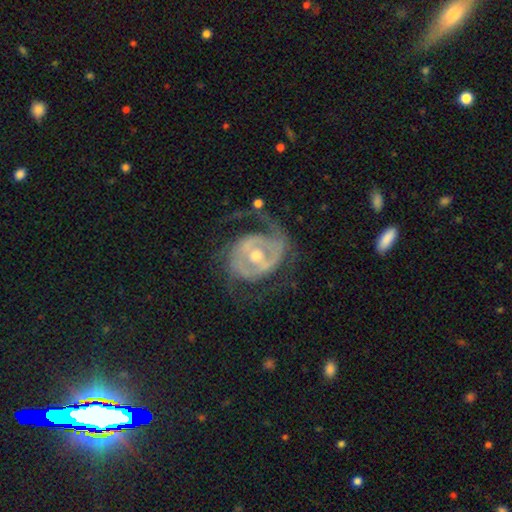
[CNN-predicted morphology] type=featured or disk (85%); edge-on=no (97%); bar=weak (41%); spiral arms=yes (80%); winding=tight (39%); arm count=2 (48%); bulge=moderate (71%); merging=none (50%).